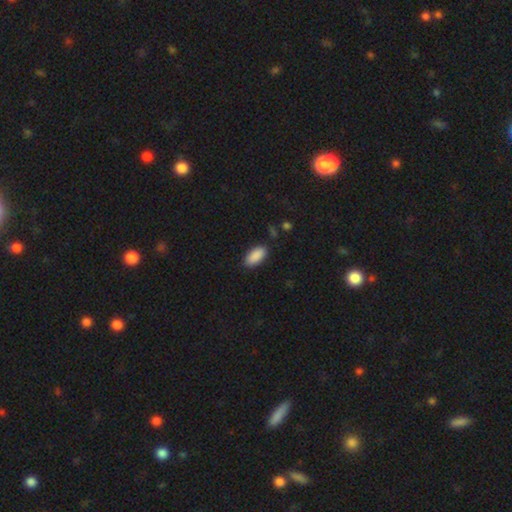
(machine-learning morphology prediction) smooth 90%, star or artifact 7%, featured or disk 3%. Down the decision tree: how rounded — in between (92%); merging — none (86%).